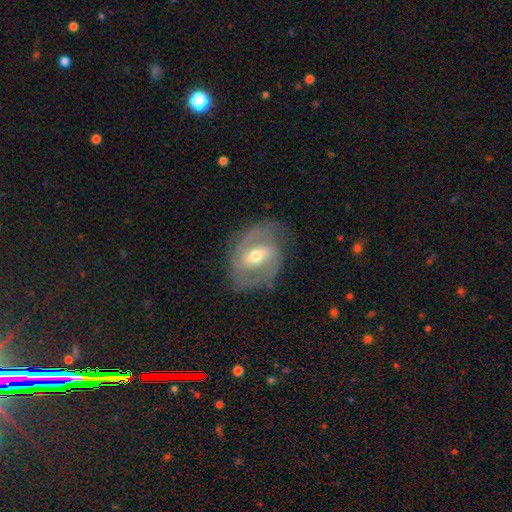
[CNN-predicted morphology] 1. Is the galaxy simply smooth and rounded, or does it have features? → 81% featured or disk, 11% smooth, 8% star or artifact.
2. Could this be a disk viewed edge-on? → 96% no, 4% yes.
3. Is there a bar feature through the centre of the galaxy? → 45% weak, 36% strong, 19% no.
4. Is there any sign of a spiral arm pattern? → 88% yes, 12% no.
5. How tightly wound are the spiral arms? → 44% medium, 42% tight, 14% loose.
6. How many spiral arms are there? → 75% 2, 13% can't tell, 5% 3, 4% 1, 2% 4, 1% more than 4.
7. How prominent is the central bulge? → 64% moderate, 31% small, 3% large, 1% none, 1% dominant.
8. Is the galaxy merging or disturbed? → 76% none, 16% minor disturbance, 7% major disturbance, 1% merger.